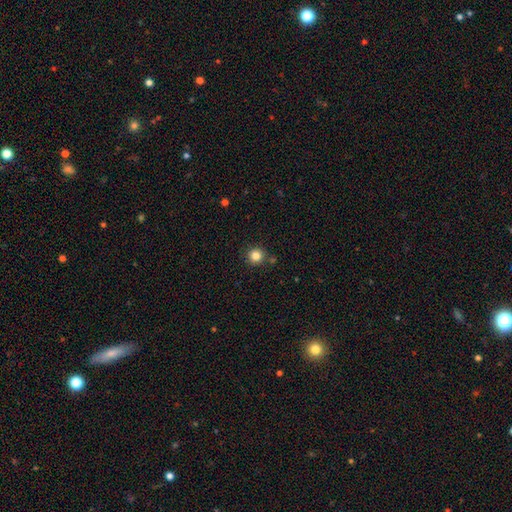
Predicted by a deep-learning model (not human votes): smooth-or-featured: smooth: 83% | star or artifact: 12% | featured or disk: 5%
  how-rounded: round: 94% | in between: 5% | cigar-shaped: 1%
  merging: none: 86% | minor disturbance: 7% | merger: 5% | major disturbance: 2%